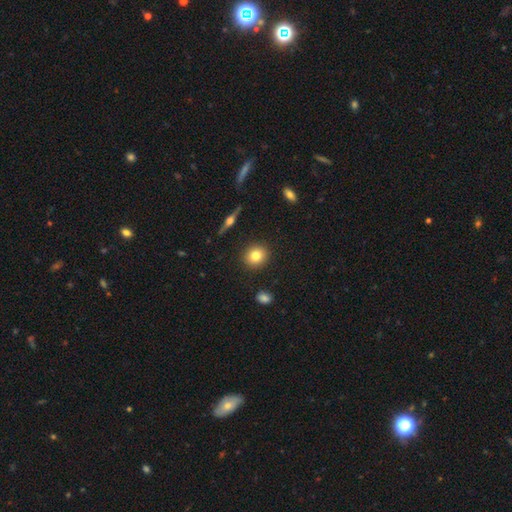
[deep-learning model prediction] Smooth or featured? smooth (80%)
How rounded? round (82%)
Merging? none (90%)